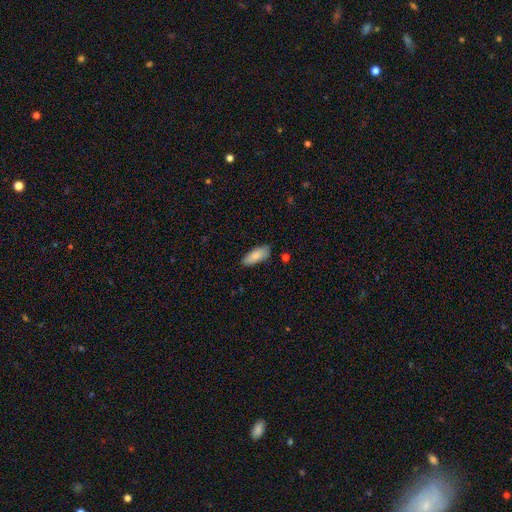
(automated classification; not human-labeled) Smooth or featured? Predicted: smooth (p=0.87). How rounded? Predicted: in between (p=0.79). Merging? Predicted: none (p=0.82).